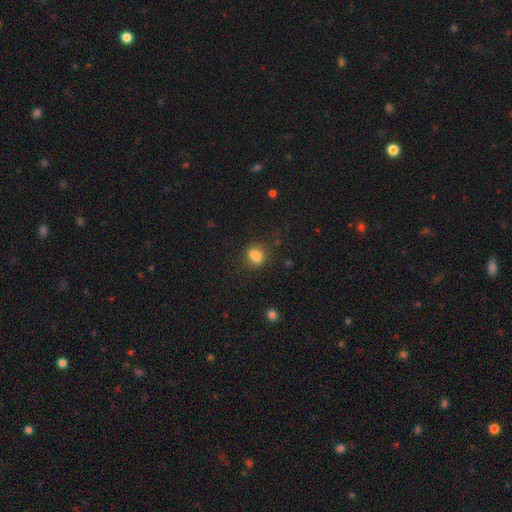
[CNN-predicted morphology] A smooth galaxy with no disk features (74%) that is round (58%).

Vote fractions:
- Smooth or featured? smooth: 74% / featured or disk: 13% / star or artifact: 13%
- How rounded? round: 58% / in between: 40% / cigar-shaped: 2%
- Merging? none: 46% / merger: 34% / minor disturbance: 14% / major disturbance: 5%